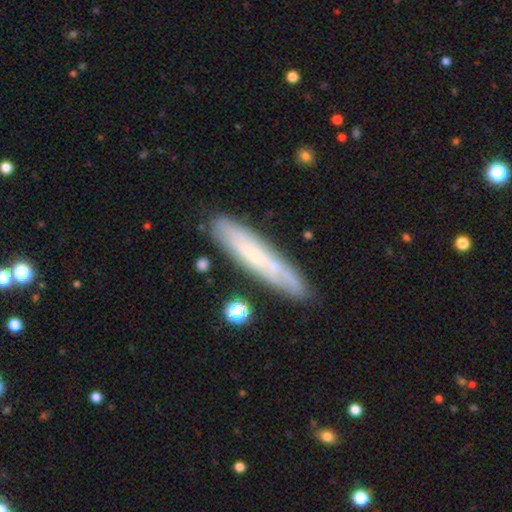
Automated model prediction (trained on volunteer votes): Morphology: type=featured or disk (52%); edge-on=yes (57%); merging=none (80%).